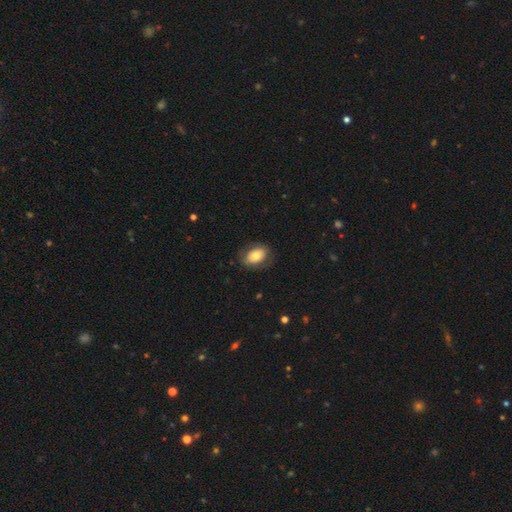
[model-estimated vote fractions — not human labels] This is likely a smooth galaxy (75%). How rounded: clearly in between (84%). Merging: likely none (75%).